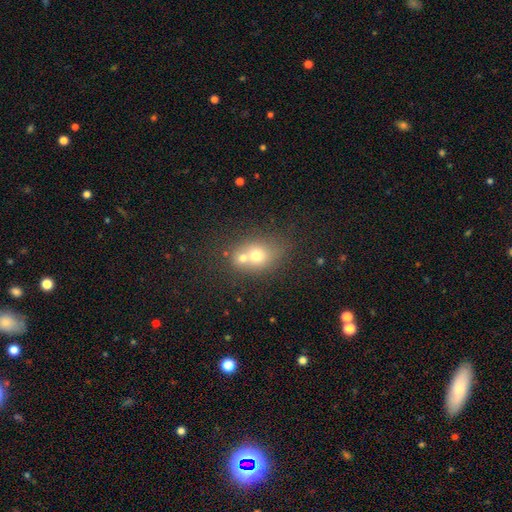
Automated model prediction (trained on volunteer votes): smooth-or-featured: smooth: 65% | featured or disk: 22% | star or artifact: 13%
  how-rounded: round: 53% | in between: 45% | cigar-shaped: 1%
  merging: merger: 56% | none: 32% | minor disturbance: 9% | major disturbance: 4%